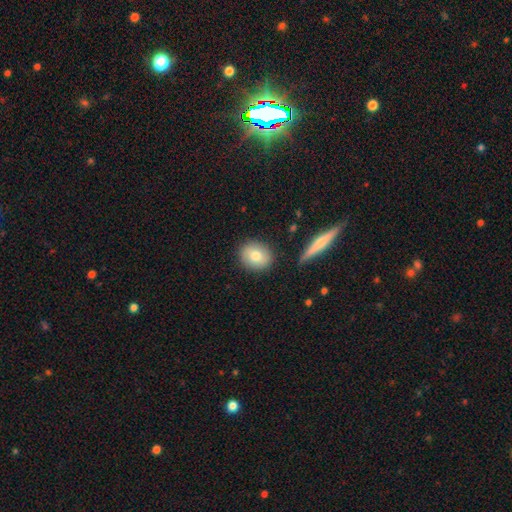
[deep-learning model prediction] smooth-or-featured: smooth: 76% | featured or disk: 16% | star or artifact: 7%
  how-rounded: round: 73% | in between: 25% | cigar-shaped: 2%
  merging: none: 86% | minor disturbance: 9% | merger: 3% | major disturbance: 2%